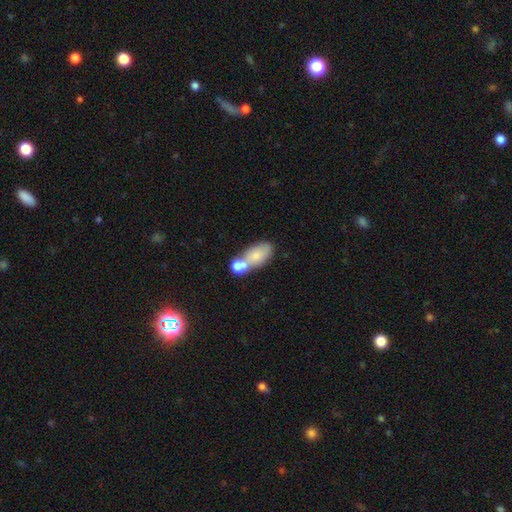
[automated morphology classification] smooth-or-featured: smooth: 72% | featured or disk: 20% | star or artifact: 9%
  how-rounded: in between: 87% | round: 8% | cigar-shaped: 5%
  merging: none: 40% | merger: 38% | minor disturbance: 15% | major disturbance: 7%